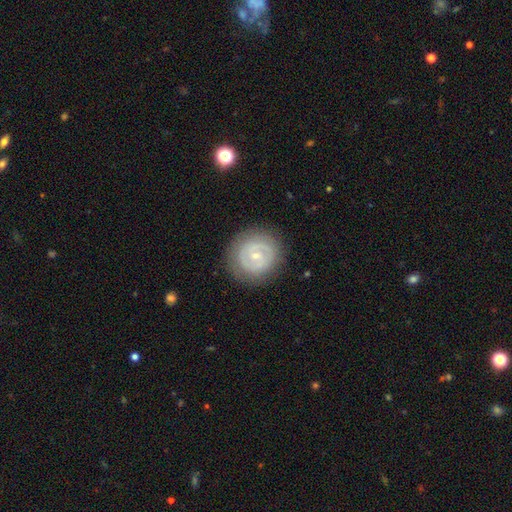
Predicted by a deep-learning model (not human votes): Smooth or featured? featured or disk (71%)
Edge-on disk? no (97%)
Bar? no (62%)
Spiral arms? yes (69%)
Bulge size? small (73%)
Merging? none (85%)